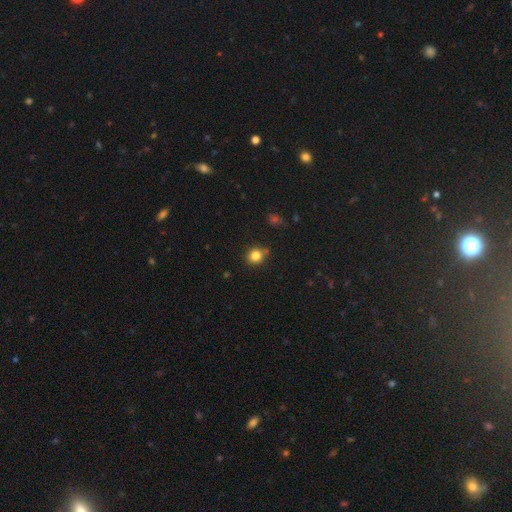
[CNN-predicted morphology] A smooth galaxy with no disk features (83%) that is round (78%).

Vote fractions:
- Smooth or featured? smooth: 83% / star or artifact: 12% / featured or disk: 6%
- How rounded? round: 78% / in between: 21% / cigar-shaped: 1%
- Merging? none: 78% / minor disturbance: 14% / merger: 4% / major disturbance: 3%